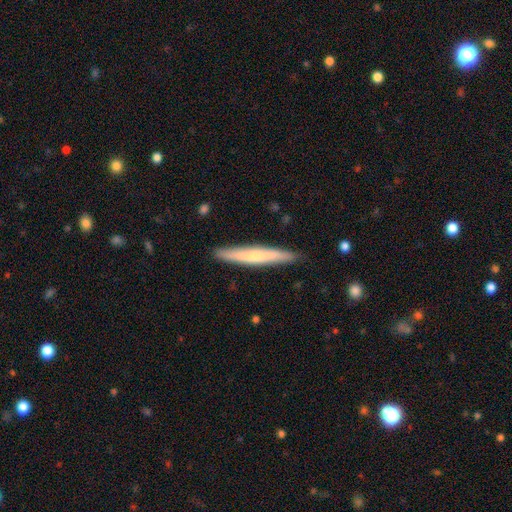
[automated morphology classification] smooth 54%, featured or disk 41%, star or artifact 5%. Down the decision tree: how rounded — cigar-shaped (95%); merging — none (90%).